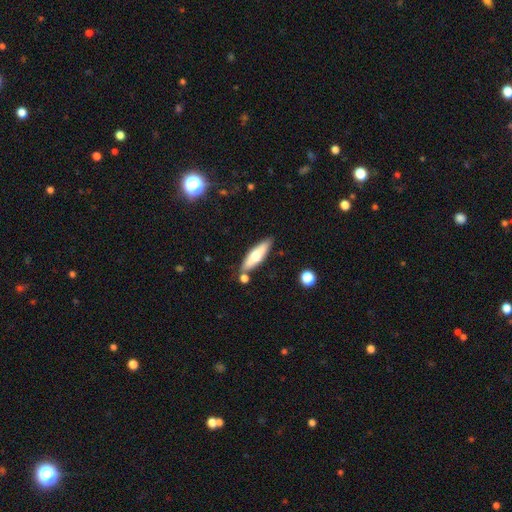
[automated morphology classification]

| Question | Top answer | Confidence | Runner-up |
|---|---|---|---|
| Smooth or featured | smooth | 61% | featured or disk (33%) |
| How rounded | cigar-shaped | 61% | in between (37%) |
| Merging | none | 76% | minor disturbance (13%) |